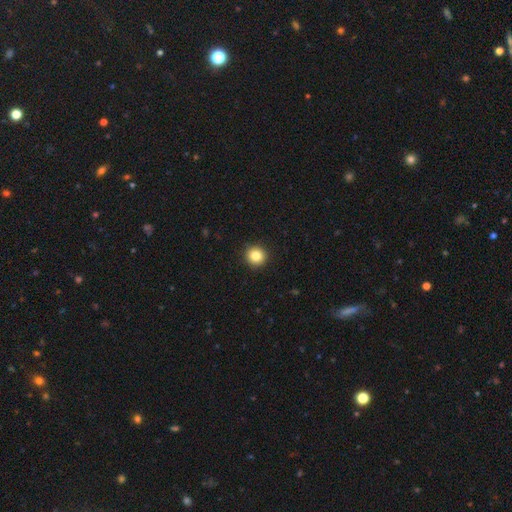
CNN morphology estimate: Smooth or featured: smooth — 83% (star or artifact — 10%)
How rounded: round — 95% (in between — 4%)
Merging: none — 93% (minor disturbance — 5%)